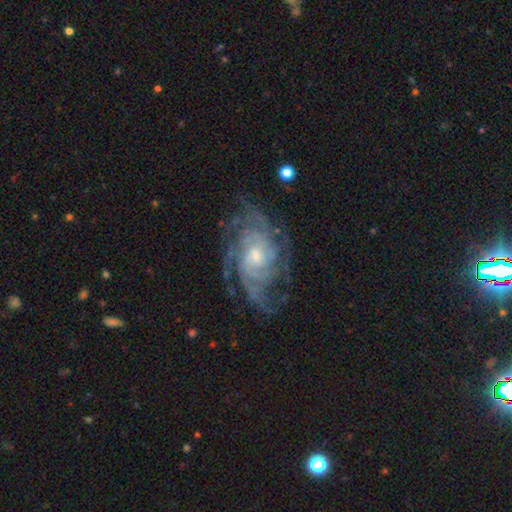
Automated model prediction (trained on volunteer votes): Morphology: type=featured or disk (89%); edge-on=no (96%); bar=no (69%); spiral arms=yes (98%); winding=tight (63%); arm count=can't tell (26%); bulge=small (50%); merging=none (75%).